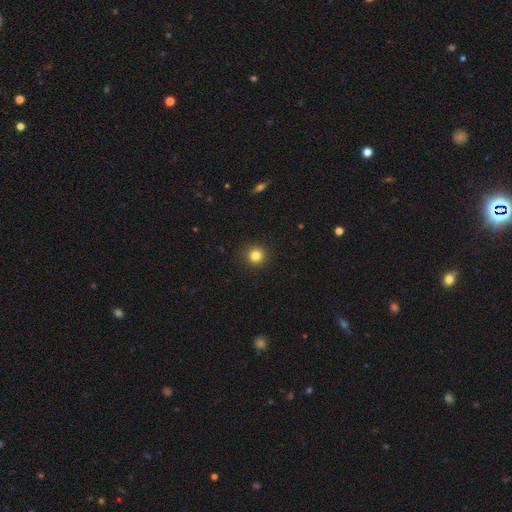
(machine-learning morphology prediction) Q: Smooth or featured?
A: smooth (83%); runner-up: star or artifact (12%)
Q: How rounded?
A: round (94%); runner-up: in between (5%)
Q: Merging?
A: none (92%); runner-up: minor disturbance (5%)